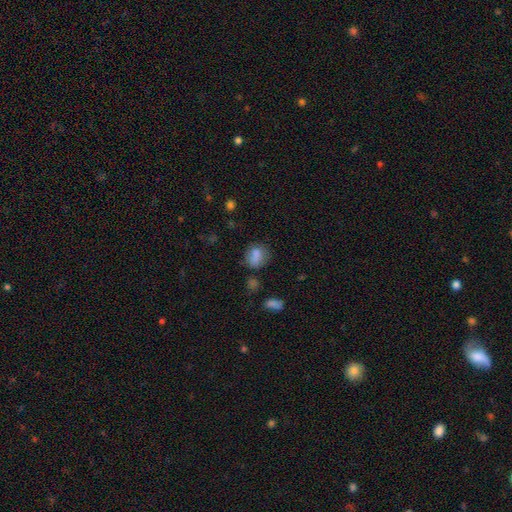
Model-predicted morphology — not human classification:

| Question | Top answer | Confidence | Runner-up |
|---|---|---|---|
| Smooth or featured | smooth | 79% | star or artifact (11%) |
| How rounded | in between | 53% | round (45%) |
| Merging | none | 59% | minor disturbance (24%) |